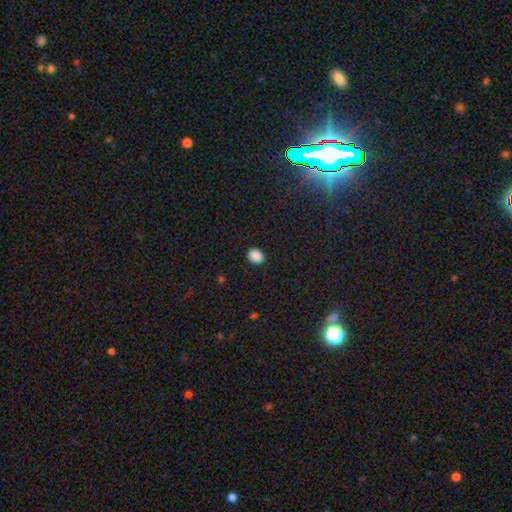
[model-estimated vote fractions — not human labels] The model was most divided on "how rounded": in between: 53%, round: 46%, cigar-shaped: 1%. More confident: merging — none (89%); smooth or featured — smooth (88%).